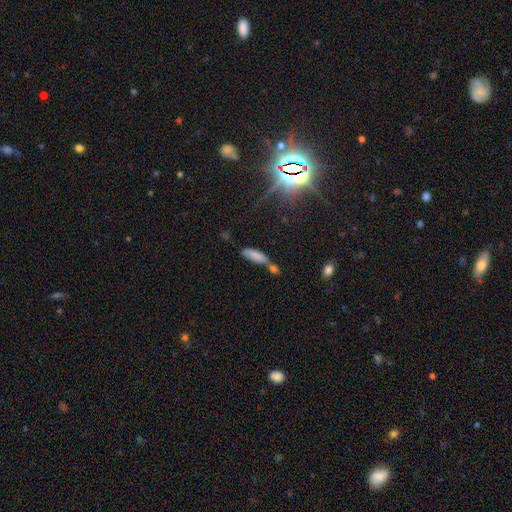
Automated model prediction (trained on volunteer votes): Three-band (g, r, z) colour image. It shows a smooth galaxy with no disk features (78%) that is in between round and cigar-shaped (50%). Merging: merger (42%).